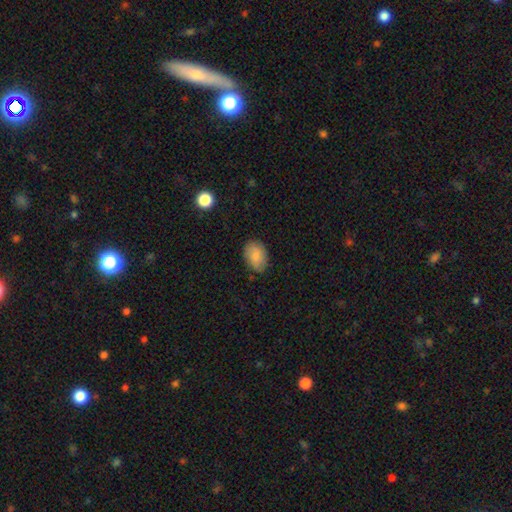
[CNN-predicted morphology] Overall: smooth (84%). How rounded: in between (86%). Merging: none (81%).